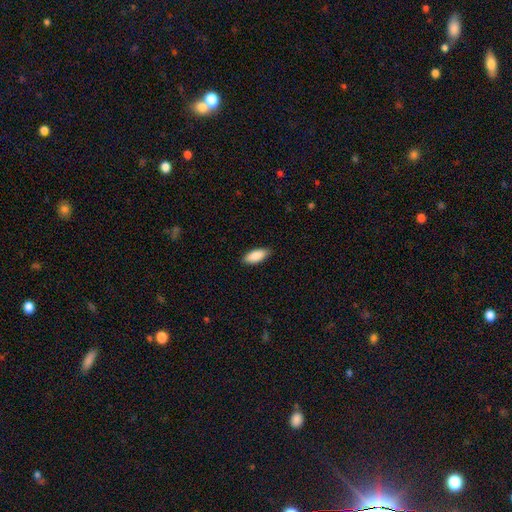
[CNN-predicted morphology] A smooth galaxy with no disk features (89%) that is in between round and cigar-shaped (84%).

Vote fractions:
- Smooth or featured? smooth: 89% / star or artifact: 6% / featured or disk: 5%
- How rounded? in between: 84% / cigar-shaped: 14% / round: 2%
- Merging? none: 87% / minor disturbance: 10% / major disturbance: 2% / merger: 1%